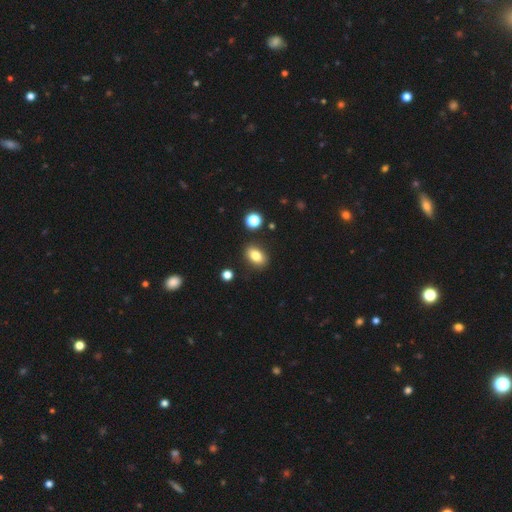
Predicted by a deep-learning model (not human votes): A smooth galaxy with no disk features (83%) that is in between round and cigar-shaped (82%). Merging: none (85%).